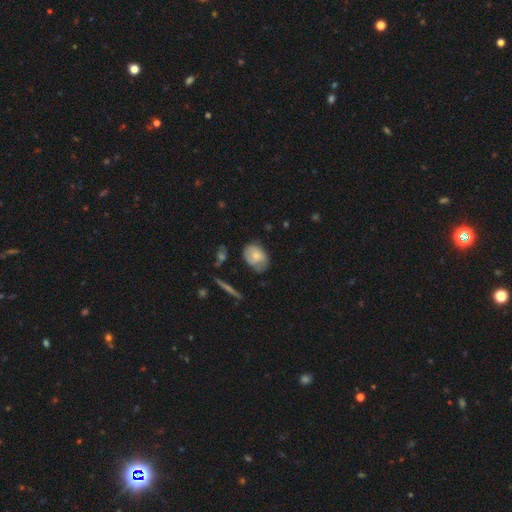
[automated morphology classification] Smooth or featured: smooth — 68% (featured or disk — 25%)
How rounded: in between — 68% (round — 30%)
Merging: none — 50% (minor disturbance — 36%)